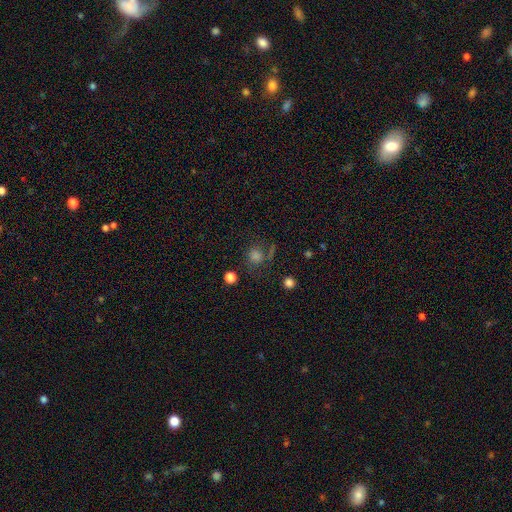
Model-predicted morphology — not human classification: Q: Smooth or featured?
A: smooth (53%); runner-up: star or artifact (28%)
Q: How rounded?
A: round (82%); runner-up: in between (17%)
Q: Merging?
A: none (59%); runner-up: minor disturbance (17%)